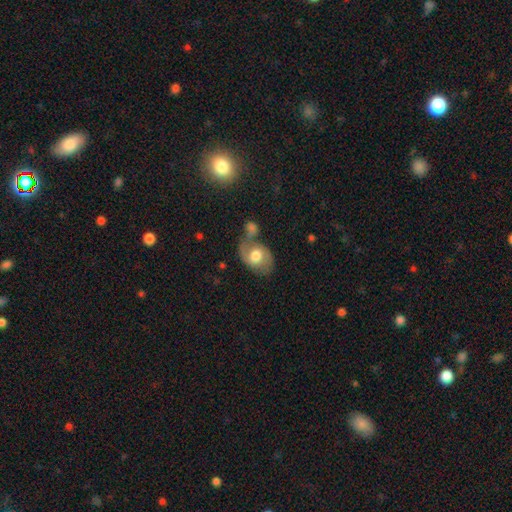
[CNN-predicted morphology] Smooth or featured? Predicted: smooth (p=0.51). How rounded? Predicted: in between (p=0.70). Merging? Predicted: none (p=0.42).